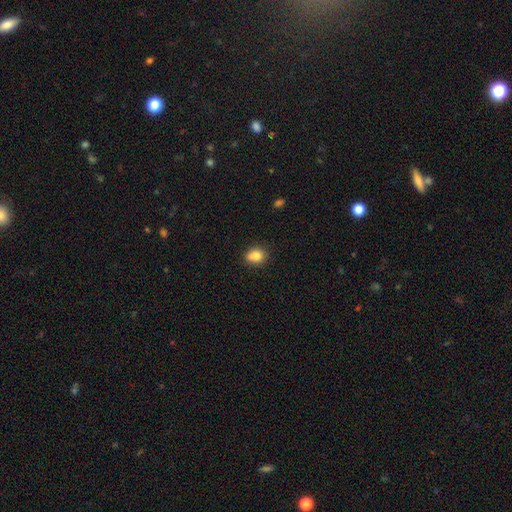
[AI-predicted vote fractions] Smooth or featured? smooth (83%)
How rounded? round (56%)
Merging? none (69%)